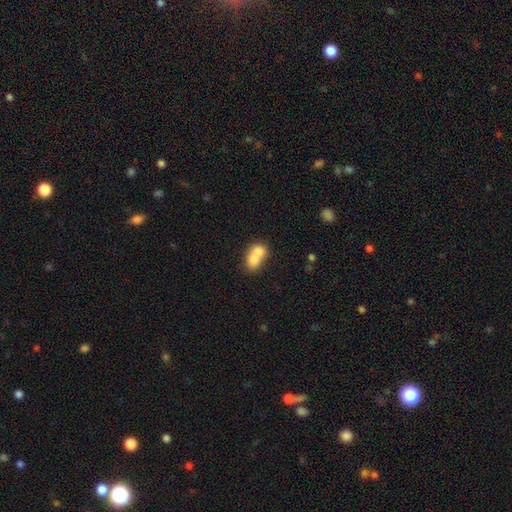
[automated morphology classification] The model was most divided on "how rounded": in between: 55%, round: 44%, cigar-shaped: 1%. More confident: smooth or featured — smooth (73%); merging — merger (73%).